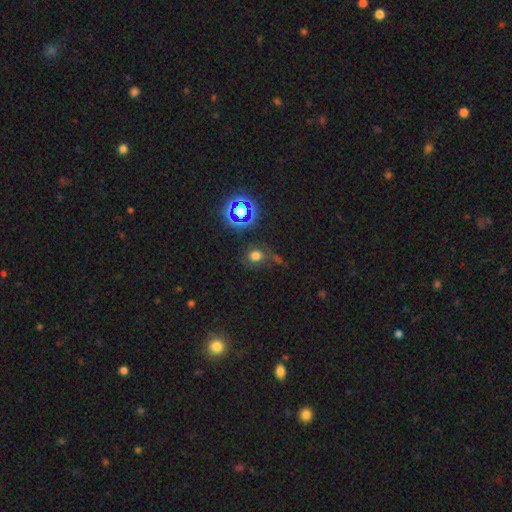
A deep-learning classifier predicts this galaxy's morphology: This is possibly a smooth galaxy (58%). How rounded: likely round (67%). Merging: possibly none (54%).